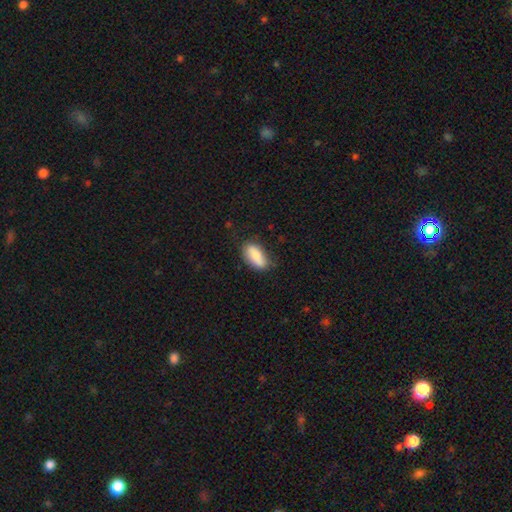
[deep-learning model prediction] This appears to be a smooth galaxy with no disk features (86%) that is in between round and cigar-shaped (86%). Merging: none (71%).